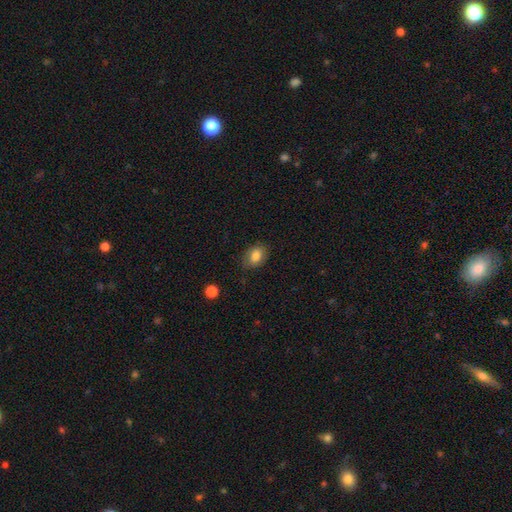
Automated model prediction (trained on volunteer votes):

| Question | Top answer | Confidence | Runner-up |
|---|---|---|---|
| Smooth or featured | smooth | 82% | featured or disk (9%) |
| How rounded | in between | 74% | round (24%) |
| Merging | none | 78% | minor disturbance (16%) |